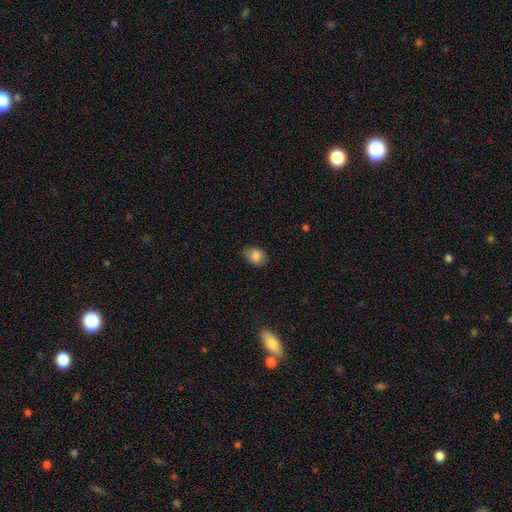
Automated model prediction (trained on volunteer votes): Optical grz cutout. It shows a smooth galaxy with no disk features (85%) that is in between round and cigar-shaped (74%). Merging: none (79%).